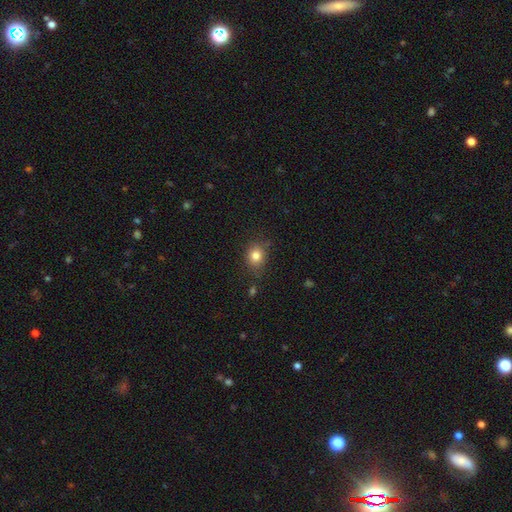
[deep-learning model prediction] smooth-or-featured: smooth: 82% | star or artifact: 11% | featured or disk: 7%
  how-rounded: round: 69% | in between: 30% | cigar-shaped: 1%
  merging: none: 78% | minor disturbance: 15% | major disturbance: 4% | merger: 3%